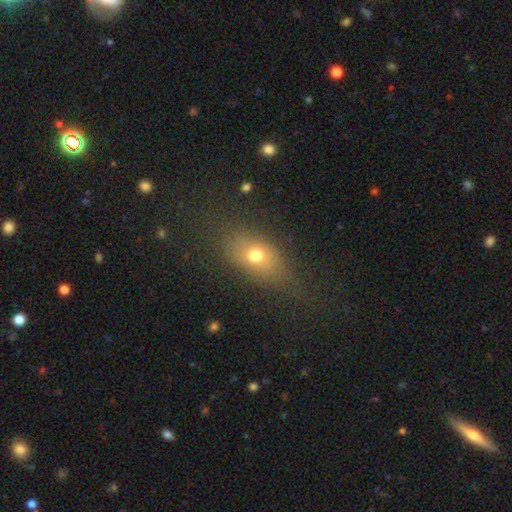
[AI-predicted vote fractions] The model was most divided on "how rounded": in between: 69%, round: 25%, cigar-shaped: 6%. More confident: merging — none (70%); smooth or featured — smooth (69%).